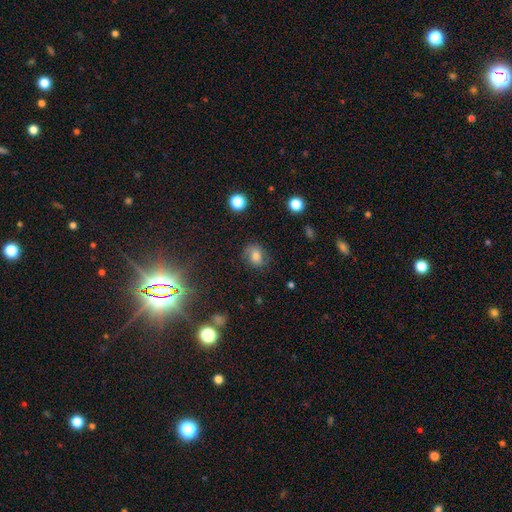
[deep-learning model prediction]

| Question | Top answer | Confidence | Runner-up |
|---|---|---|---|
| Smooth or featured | smooth | 60% | featured or disk (26%) |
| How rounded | round | 58% | in between (41%) |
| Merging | none | 74% | minor disturbance (18%) |